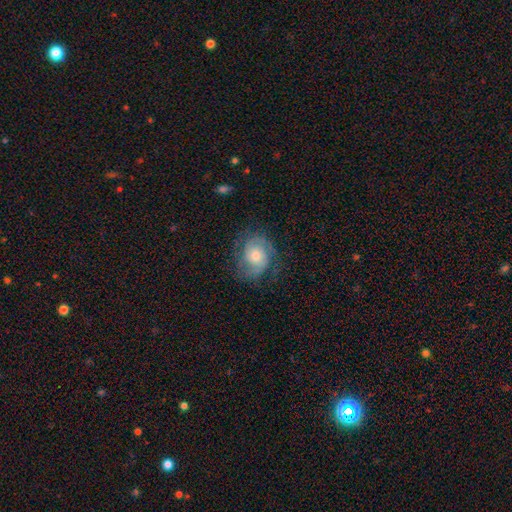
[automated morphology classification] This is likely a featured or disk galaxy (61%). It is clearly not viewed edge-on (97%). Bar: likely no (76%). Spiral arm pattern: clearly yes (85%). Central bulge: possibly moderate (55%). Merging: likely none (66%).